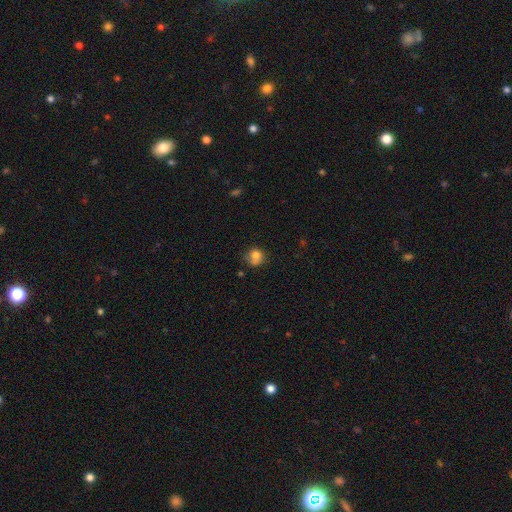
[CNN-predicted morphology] A smooth galaxy with no disk features (75%) that is round (77%).

Vote fractions:
- Smooth or featured? smooth: 75% / featured or disk: 14% / star or artifact: 11%
- How rounded? round: 77% / in between: 22% / cigar-shaped: 1%
- Merging? none: 49% / minor disturbance: 24% / merger: 16% / major disturbance: 11%